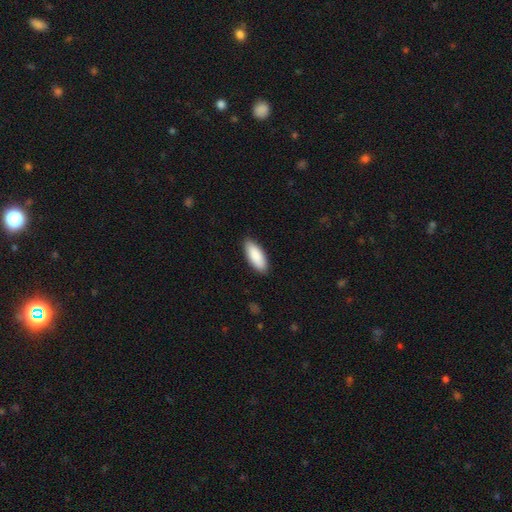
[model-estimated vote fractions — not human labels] Smooth or featured?
  - smooth: 89% *
  - featured or disk: 5%
  - star or artifact: 5%
How rounded?
  - in between: 79% *
  - cigar-shaped: 20%
  - round: 2%
Merging?
  - none: 88% *
  - minor disturbance: 9%
  - major disturbance: 2%
  - merger: 1%